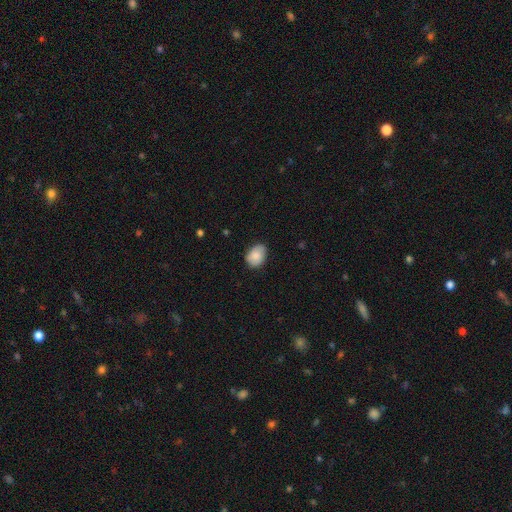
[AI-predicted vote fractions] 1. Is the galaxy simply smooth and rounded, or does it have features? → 84% smooth, 10% featured or disk, 7% star or artifact.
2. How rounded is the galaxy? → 72% in between, 27% round, 1% cigar-shaped.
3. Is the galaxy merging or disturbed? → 77% none, 19% minor disturbance, 3% major disturbance, 1% merger.